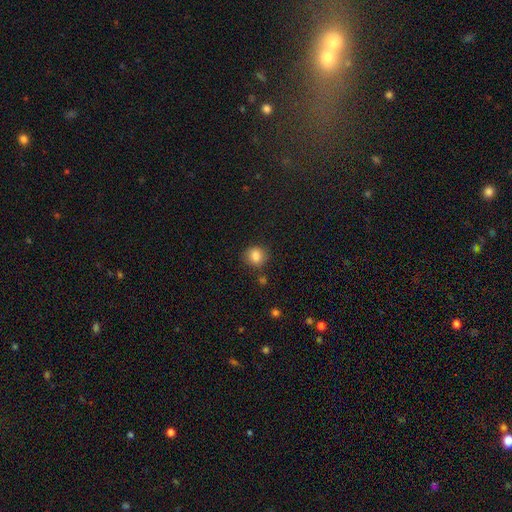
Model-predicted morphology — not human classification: Smooth or featured?
  - smooth: 83% *
  - star or artifact: 11%
  - featured or disk: 7%
How rounded?
  - round: 82% *
  - in between: 17%
  - cigar-shaped: 1%
Merging?
  - none: 82% *
  - minor disturbance: 11%
  - merger: 4%
  - major disturbance: 3%